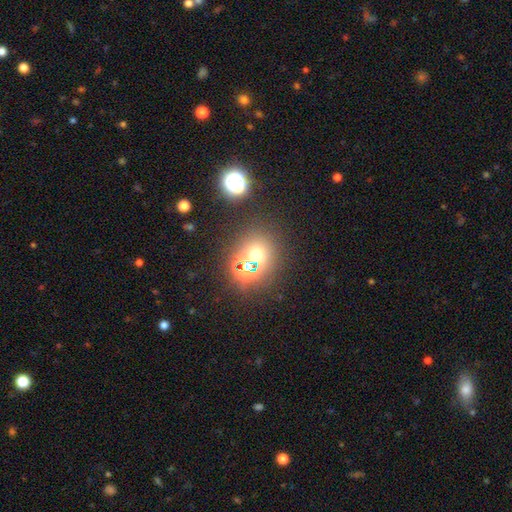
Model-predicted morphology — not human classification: smooth-or-featured: smooth: 50% | star or artifact: 39% | featured or disk: 10%
  how-rounded: round: 83% | in between: 16% | cigar-shaped: 1%
  merging: none: 69% | merger: 17% | minor disturbance: 8% | major disturbance: 5%